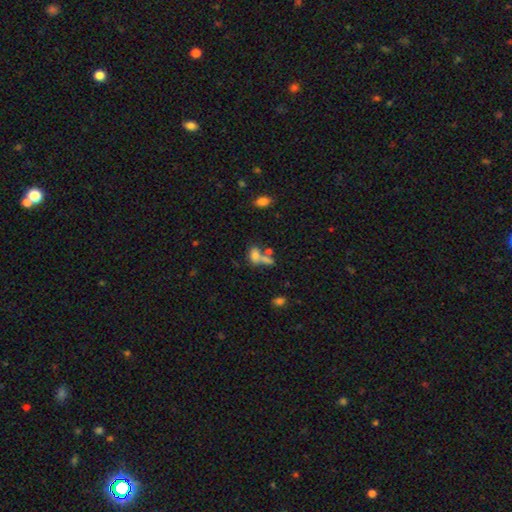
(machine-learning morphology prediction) smooth_or_featured: smooth (p=0.49) [alt: star or artifact p=0.29]
merging: none (p=0.41) [alt: merger p=0.40]